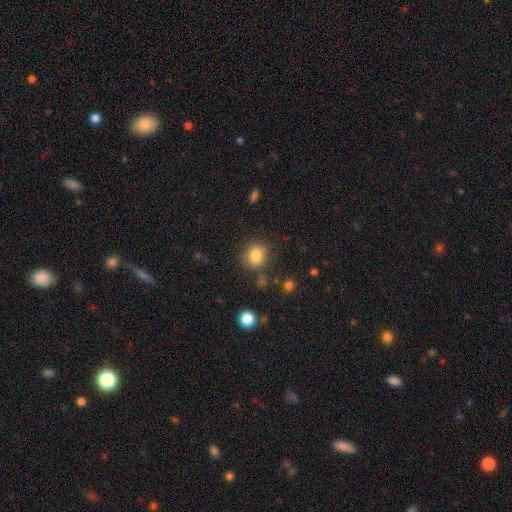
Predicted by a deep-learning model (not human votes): Smooth or featured? Predicted: smooth (p=0.84). How rounded? Predicted: round (p=0.80). Merging? Predicted: none (p=0.78).